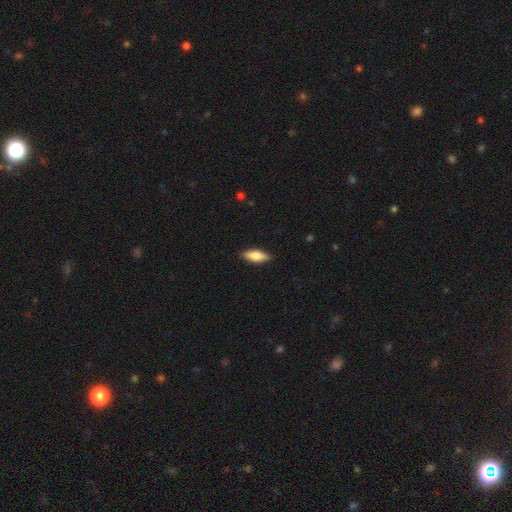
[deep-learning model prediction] smooth_or_featured: smooth (p=0.71) [alt: featured or disk p=0.23]
how_rounded: in between (p=0.68) [alt: cigar-shaped p=0.30]
merging: none (p=0.87) [alt: minor disturbance p=0.10]